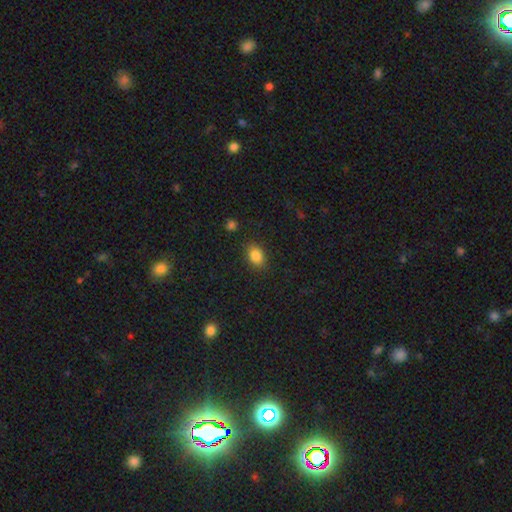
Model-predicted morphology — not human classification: Smooth or featured?
  - smooth: 85% *
  - star or artifact: 10%
  - featured or disk: 5%
How rounded?
  - in between: 70% *
  - round: 29%
  - cigar-shaped: 1%
Merging?
  - none: 86% *
  - minor disturbance: 10%
  - major disturbance: 3%
  - merger: 2%